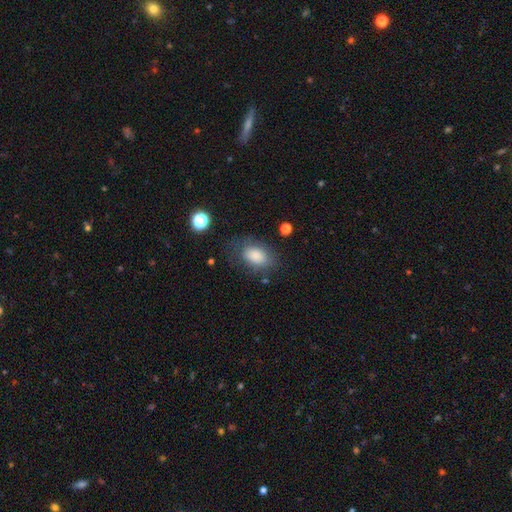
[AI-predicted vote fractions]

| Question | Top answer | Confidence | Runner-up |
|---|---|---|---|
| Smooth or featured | smooth | 84% | star or artifact (9%) |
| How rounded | in between | 85% | round (14%) |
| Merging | none | 69% | minor disturbance (19%) |